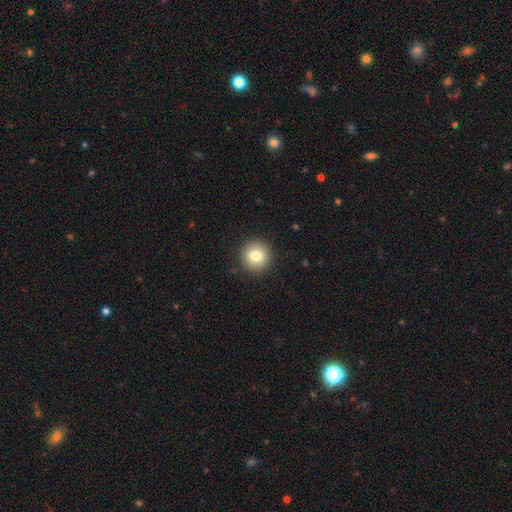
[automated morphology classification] Q: Smooth or featured?
A: smooth (80%); runner-up: featured or disk (10%)
Q: How rounded?
A: round (94%); runner-up: in between (6%)
Q: Merging?
A: none (91%); runner-up: minor disturbance (6%)